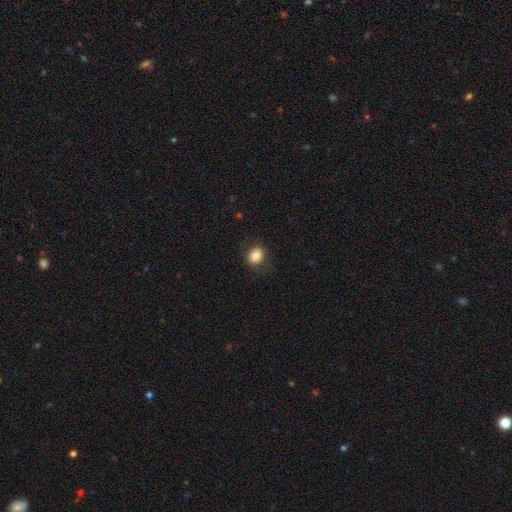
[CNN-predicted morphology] This appears to be a smooth galaxy with no disk features (82%) that is round (62%). Merging: none (80%).